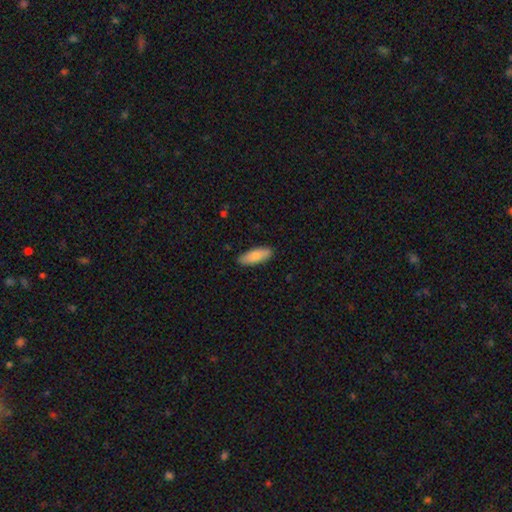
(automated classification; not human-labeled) smooth_or_featured: smooth (p=0.83) [alt: featured or disk p=0.11]
how_rounded: in between (p=0.69) [alt: cigar-shaped p=0.29]
merging: none (p=0.88) [alt: minor disturbance p=0.09]